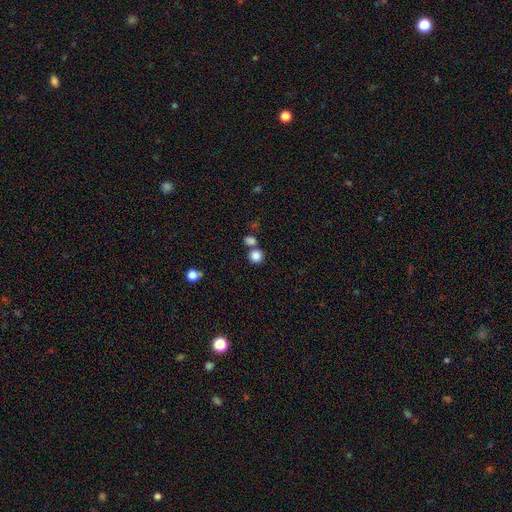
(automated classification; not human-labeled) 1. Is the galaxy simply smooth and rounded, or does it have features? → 84% smooth, 11% star or artifact, 5% featured or disk.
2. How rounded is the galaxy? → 88% round, 11% in between, 1% cigar-shaped.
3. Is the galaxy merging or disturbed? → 62% none, 26% merger, 8% minor disturbance, 4% major disturbance.